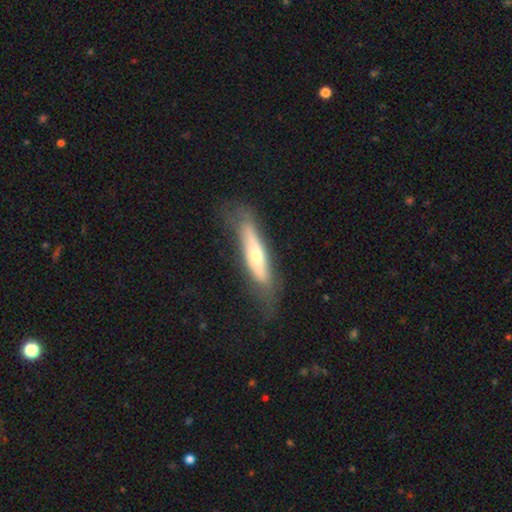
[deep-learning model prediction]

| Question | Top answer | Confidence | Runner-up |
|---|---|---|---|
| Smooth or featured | featured or disk | 53% | smooth (39%) |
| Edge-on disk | yes | 68% | no (32%) |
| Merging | none | 63% | minor disturbance (24%) |